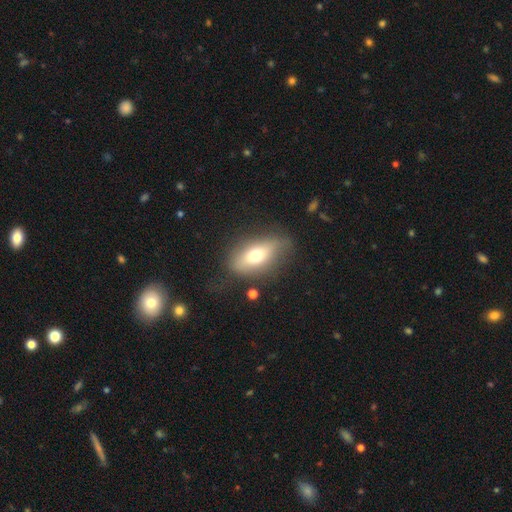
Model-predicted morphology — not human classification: type=smooth (60%); roundness=in between (80%); merging=none (66%).